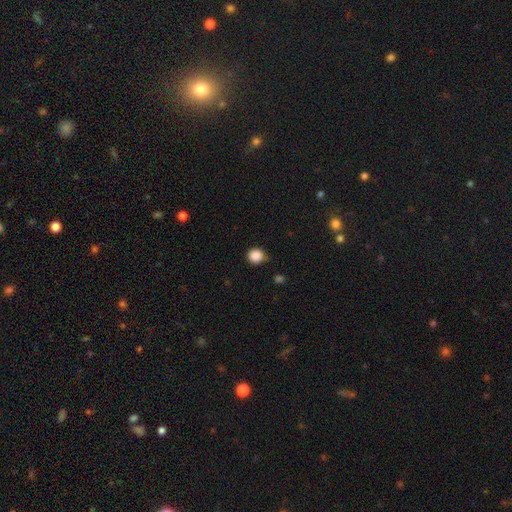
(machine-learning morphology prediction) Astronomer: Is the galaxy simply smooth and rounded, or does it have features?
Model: smooth — 87%.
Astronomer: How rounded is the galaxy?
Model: round — 90%.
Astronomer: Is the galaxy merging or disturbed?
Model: none — 80%.